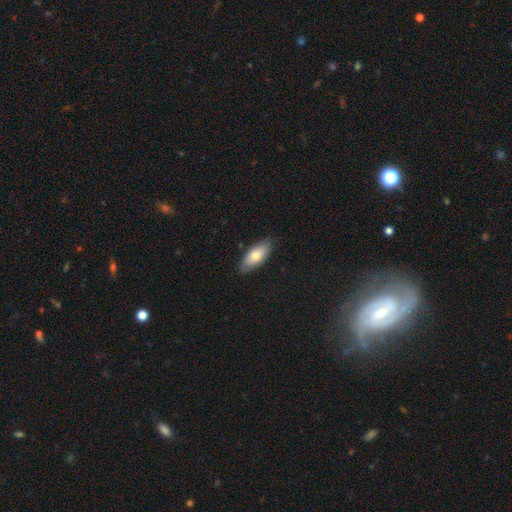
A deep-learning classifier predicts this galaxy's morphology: A smooth galaxy with no disk features (74%) that is in between round and cigar-shaped (85%). Merging: none (83%).